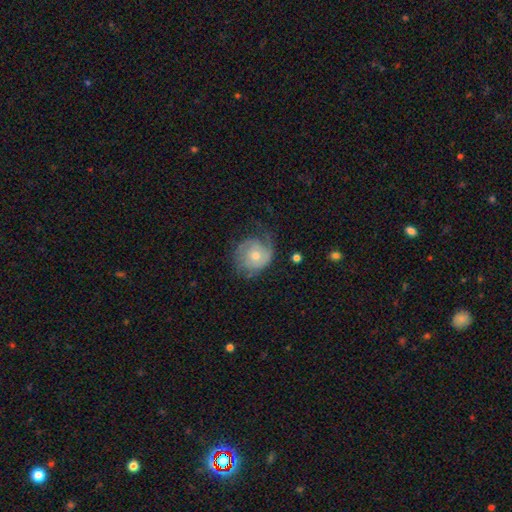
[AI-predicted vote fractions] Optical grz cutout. It shows a featured or disk galaxy (60%) with no bar (80%), spiral arms (81%) and a moderate central bulge (59%). Merging: none (54%).